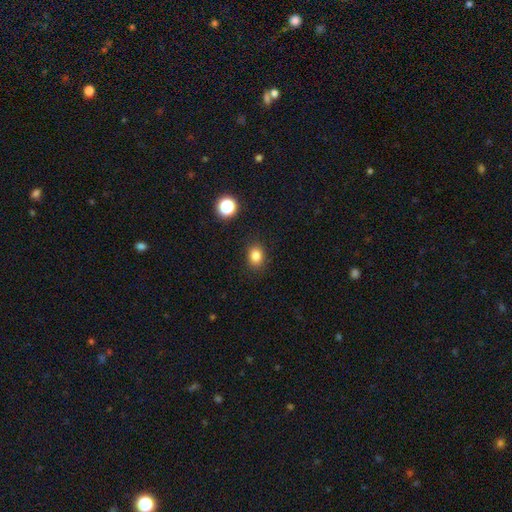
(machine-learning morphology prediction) type=smooth (82%); roundness=in between (51%); merging=none (88%).